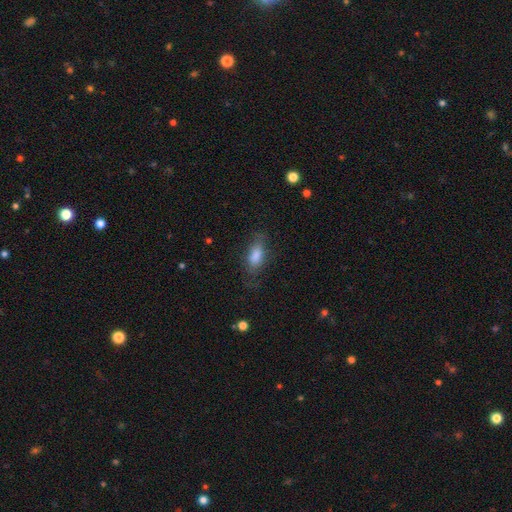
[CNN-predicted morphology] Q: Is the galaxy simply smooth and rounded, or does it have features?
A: smooth — 77%.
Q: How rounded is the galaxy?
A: in between — 79%.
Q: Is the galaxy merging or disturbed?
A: none — 65%.